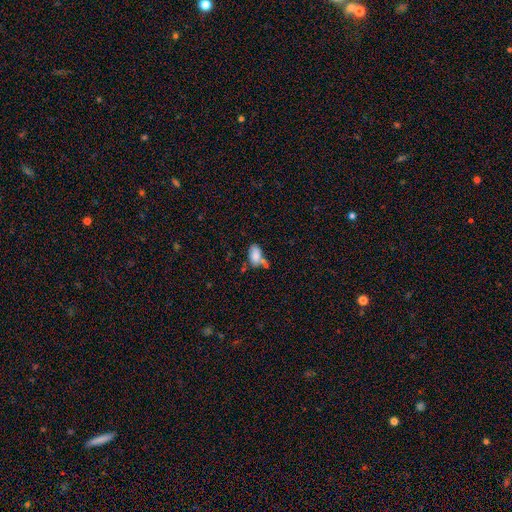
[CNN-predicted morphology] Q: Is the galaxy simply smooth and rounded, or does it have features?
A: smooth — 80%.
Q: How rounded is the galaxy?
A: in between — 91%.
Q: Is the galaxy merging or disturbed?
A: none — 45%.